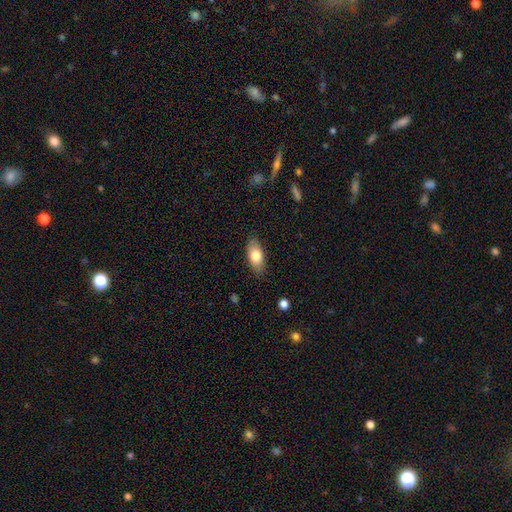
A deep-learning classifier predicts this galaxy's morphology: A smooth galaxy with no disk features (76%) that is in between round and cigar-shaped (87%). Merging: none (85%).